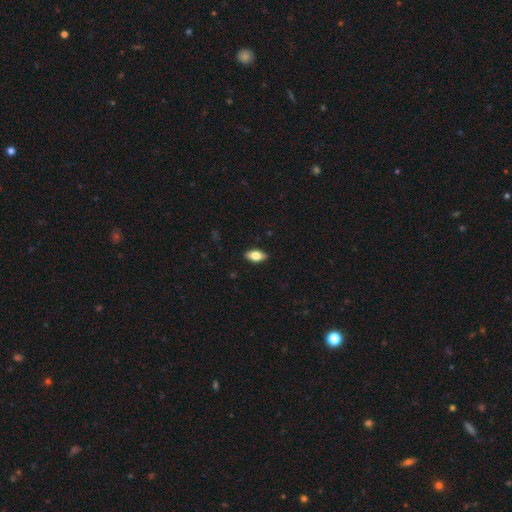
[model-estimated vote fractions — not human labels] Smooth or featured? smooth (76%)
How rounded? in between (89%)
Merging? none (89%)